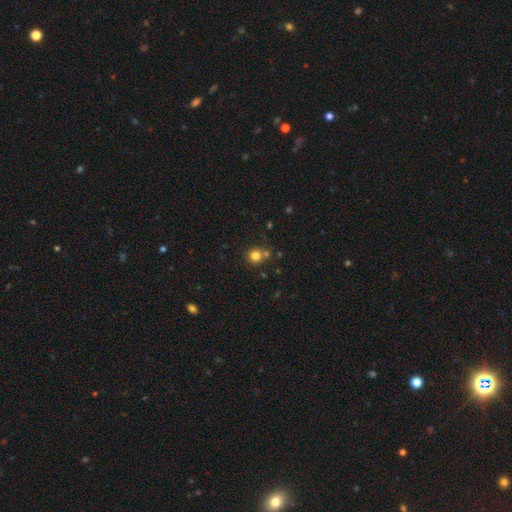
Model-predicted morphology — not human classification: Smooth or featured: smooth — 80% (star or artifact — 14%)
How rounded: round — 91% (in between — 8%)
Merging: none — 68% (merger — 19%)